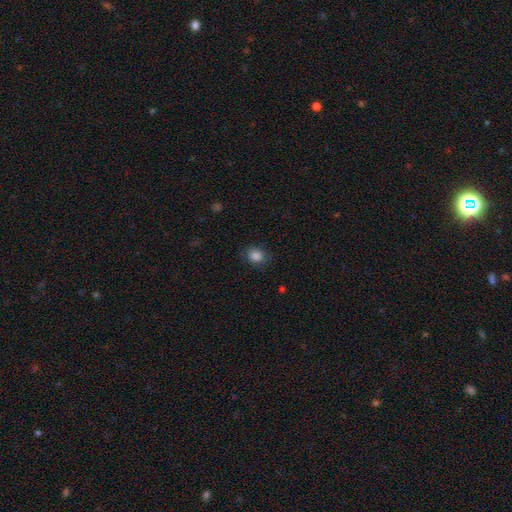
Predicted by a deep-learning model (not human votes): Smooth or featured? Predicted: smooth (p=0.86). How rounded? Predicted: round (p=0.58). Merging? Predicted: none (p=0.78).